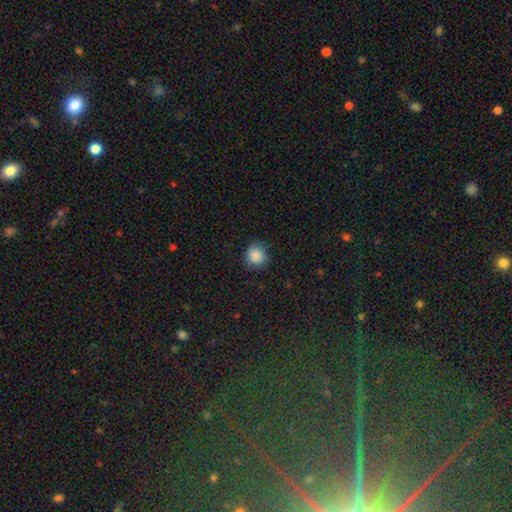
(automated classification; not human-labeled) This is clearly a smooth galaxy (87%). How rounded: clearly round (87%). Merging: clearly none (84%).